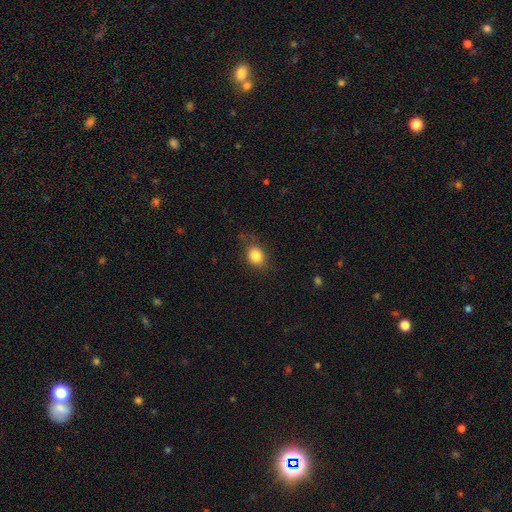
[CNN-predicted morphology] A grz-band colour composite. It shows a smooth galaxy with no disk features (84%) that is in between round and cigar-shaped (55%). Merging: none (71%).